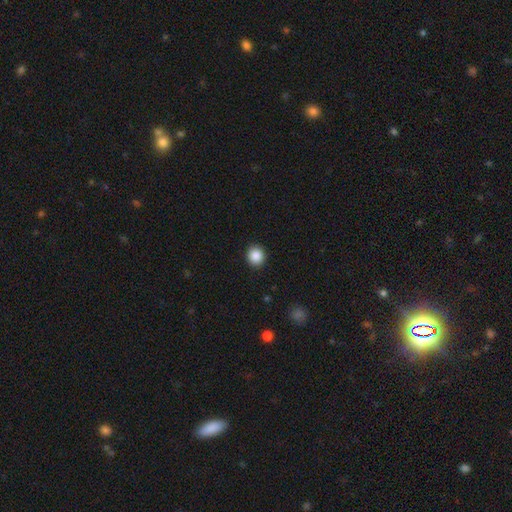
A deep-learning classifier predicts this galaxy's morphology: A smooth galaxy with no disk features (88%) that is round (85%). Merging: none (92%).